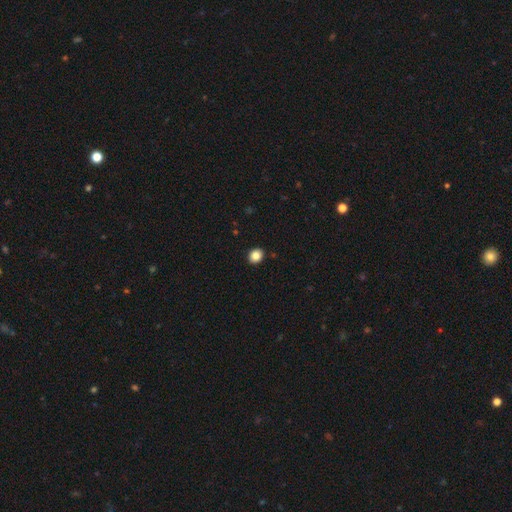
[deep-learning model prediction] The model was most divided on "how rounded": round: 71%, in between: 28%, cigar-shaped: 1%. More confident: merging — none (91%); smooth or featured — smooth (87%).